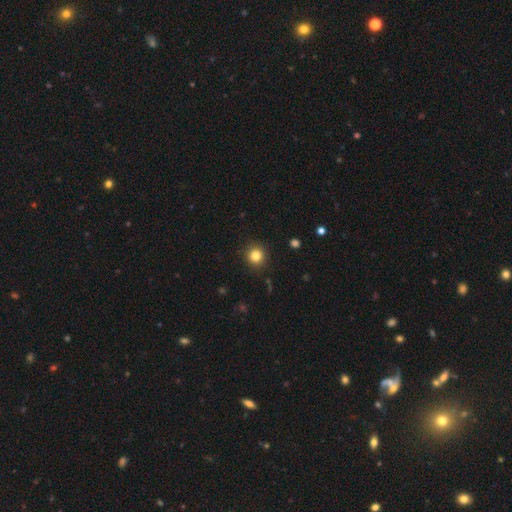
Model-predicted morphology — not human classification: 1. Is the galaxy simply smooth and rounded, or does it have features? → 83% smooth, 12% star or artifact, 6% featured or disk.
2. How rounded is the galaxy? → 94% round, 5% in between, 1% cigar-shaped.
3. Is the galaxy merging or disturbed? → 91% none, 6% minor disturbance, 2% major disturbance, 1% merger.